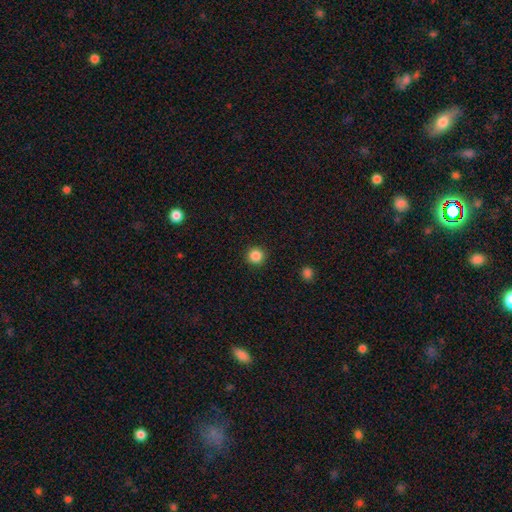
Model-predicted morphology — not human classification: Q: Smooth or featured?
A: smooth (86%); runner-up: star or artifact (11%)
Q: How rounded?
A: round (95%); runner-up: in between (4%)
Q: Merging?
A: none (92%); runner-up: minor disturbance (5%)